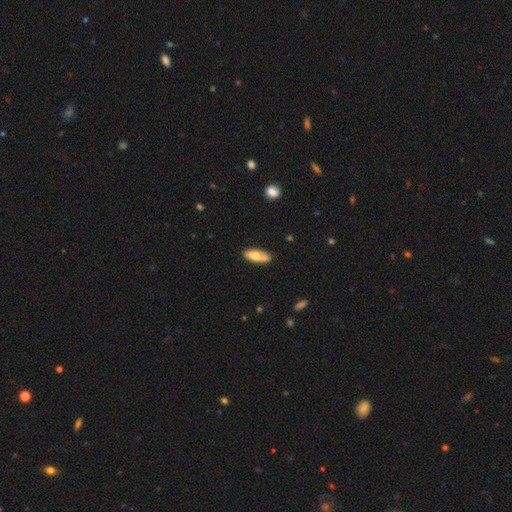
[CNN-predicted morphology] Overall: smooth (64%; featured or disk 30%). How rounded: in between (75%). Merging: none (76%).